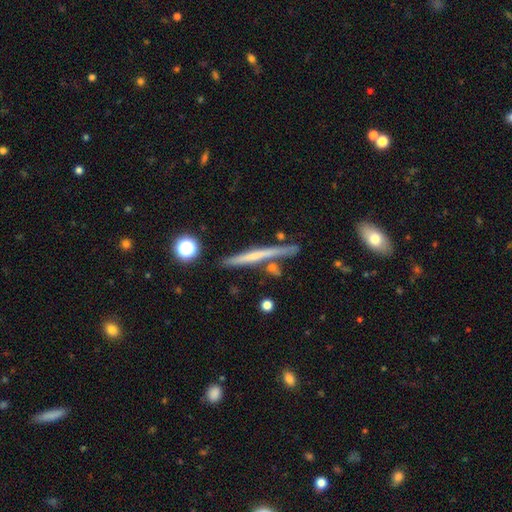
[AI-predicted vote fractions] This appears to be a featured or disk galaxy (52%) viewed edge-on (96%) with no central bulge (77%). Merging: none (80%).